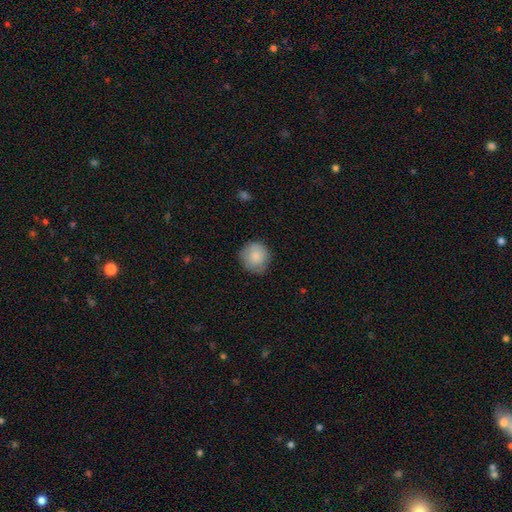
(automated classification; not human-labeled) This appears to be a smooth galaxy with no disk features (84%) that is round (90%). Merging: none (79%).